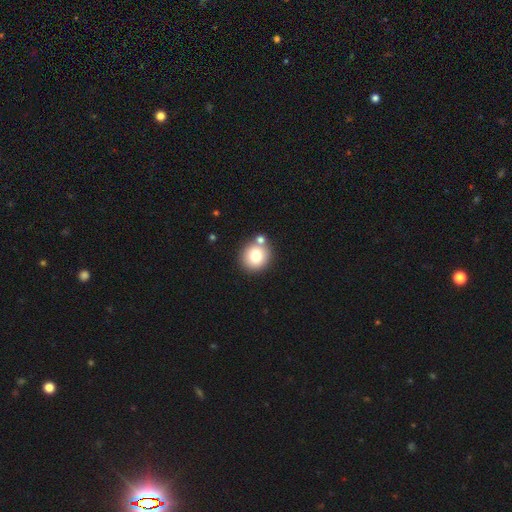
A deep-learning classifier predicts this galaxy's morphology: Smooth or featured? Predicted: smooth (p=0.76). How rounded? Predicted: round (p=0.87). Merging? Predicted: none (p=0.73).